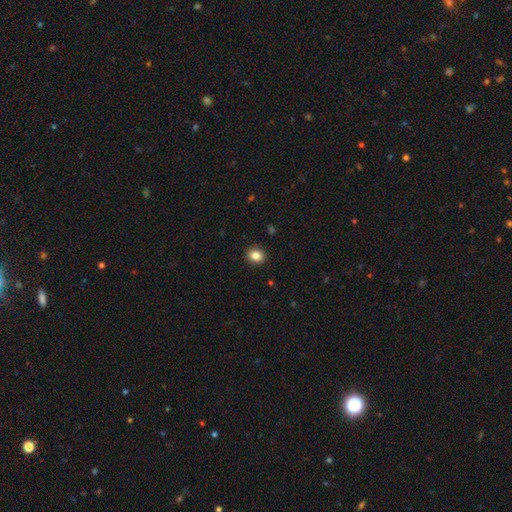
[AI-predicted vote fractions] smooth-or-featured: smooth: 85% | star or artifact: 10% | featured or disk: 5%
  how-rounded: round: 61% | in between: 38% | cigar-shaped: 1%
  merging: none: 91% | minor disturbance: 6% | major disturbance: 2% | merger: 1%